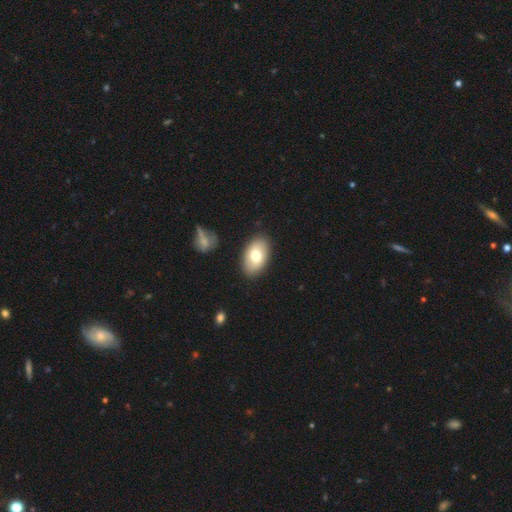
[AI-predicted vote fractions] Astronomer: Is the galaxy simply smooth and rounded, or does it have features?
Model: smooth — 74%.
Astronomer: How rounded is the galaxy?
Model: in between — 92%.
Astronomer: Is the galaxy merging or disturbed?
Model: none — 87%.